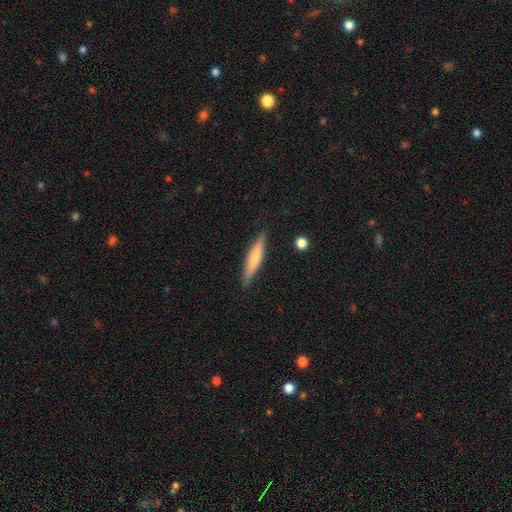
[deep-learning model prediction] smooth-or-featured: smooth: 52% | featured or disk: 42% | star or artifact: 6%
  how-rounded: cigar-shaped: 91% | in between: 7% | round: 1%
  merging: none: 89% | minor disturbance: 8% | major disturbance: 2% | merger: 1%